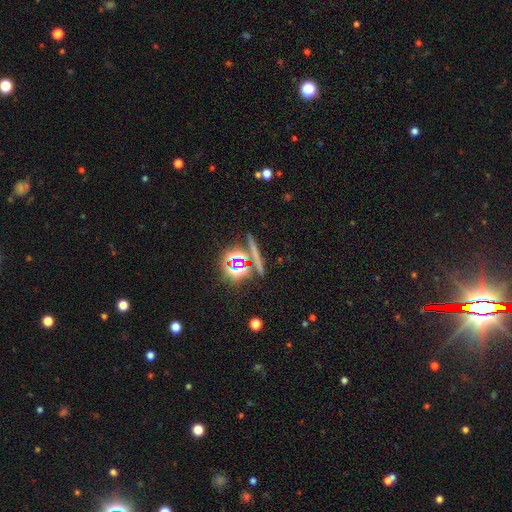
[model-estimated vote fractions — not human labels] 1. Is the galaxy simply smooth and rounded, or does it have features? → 51% star or artifact, 27% smooth, 22% featured or disk.